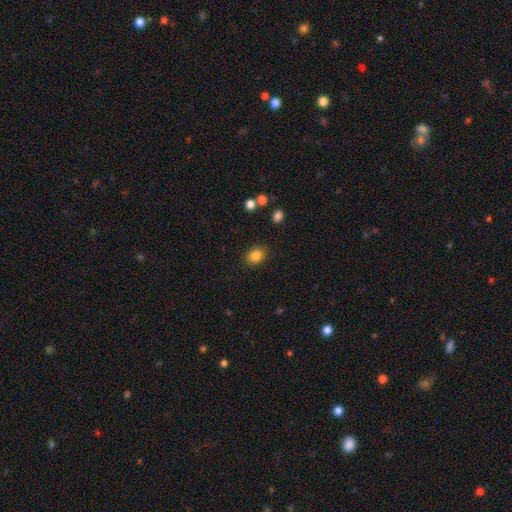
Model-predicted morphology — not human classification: A smooth galaxy with no disk features (84%) that is round (55%). Merging: none (88%).